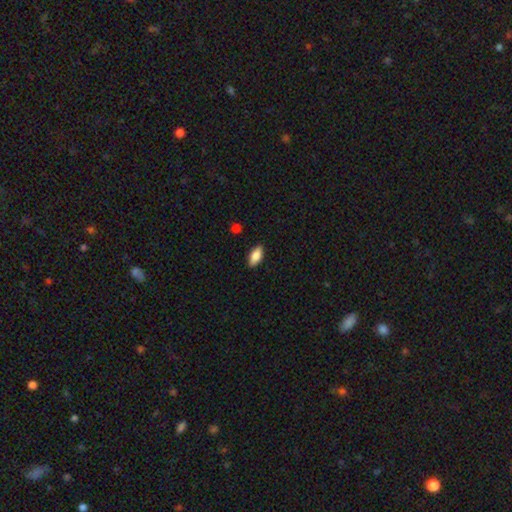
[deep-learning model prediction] This appears to be a smooth galaxy with no disk features (82%) that is in between round and cigar-shaped (86%). Merging: none (88%).